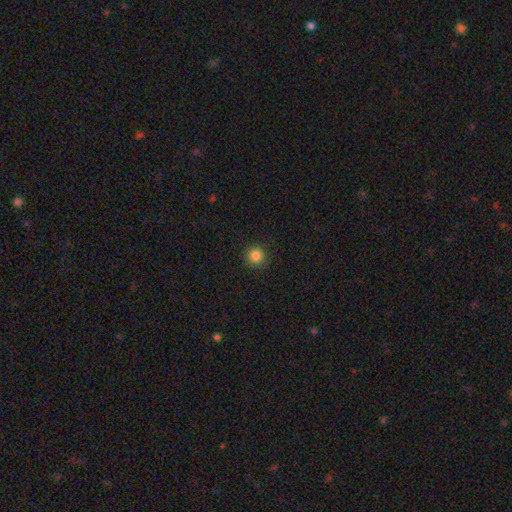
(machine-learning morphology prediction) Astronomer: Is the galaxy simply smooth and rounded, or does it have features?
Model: smooth — 84%.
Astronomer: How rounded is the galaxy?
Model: round — 95%.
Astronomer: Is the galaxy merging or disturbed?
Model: none — 91%.